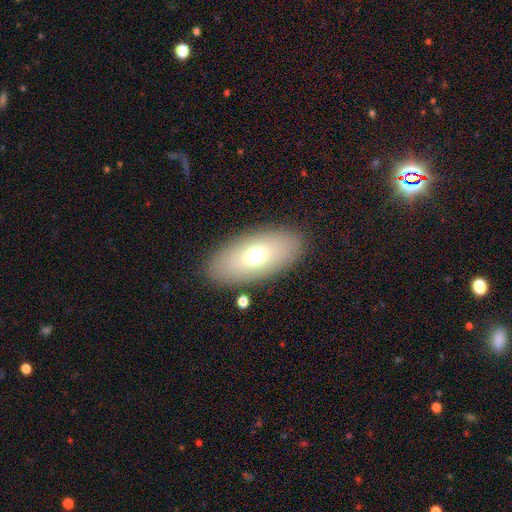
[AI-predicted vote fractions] smooth_or_featured: smooth (p=0.67) [alt: featured or disk p=0.24]
how_rounded: in between (p=0.90) [alt: cigar-shaped p=0.05]
merging: none (p=0.86) [alt: minor disturbance p=0.09]